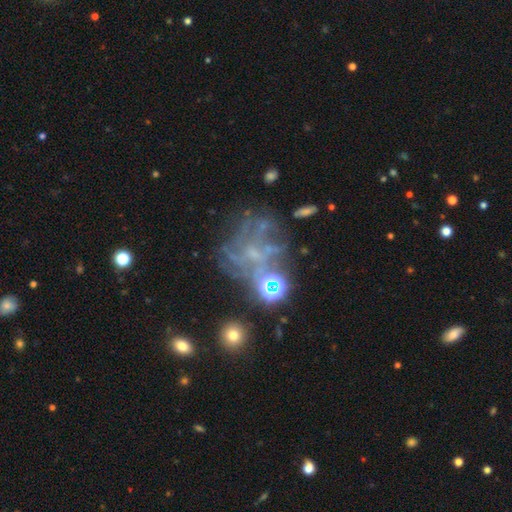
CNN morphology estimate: smooth_or_featured: featured or disk (p=0.62) [alt: star or artifact p=0.23]
disk_edge_on: no (p=0.97) [alt: yes p=0.03]
bar: no (p=0.76) [alt: weak p=0.19]
has_spiral_arms: yes (p=0.53) [alt: no p=0.47]
bulge_size: none (p=0.42) [alt: small p=0.40]
merging: none (p=0.48) [alt: major disturbance p=0.26]